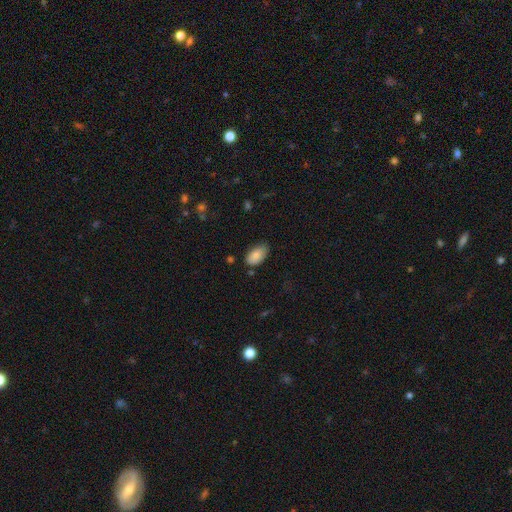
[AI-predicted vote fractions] Smooth or featured? smooth (85%)
How rounded? in between (94%)
Merging? none (67%)